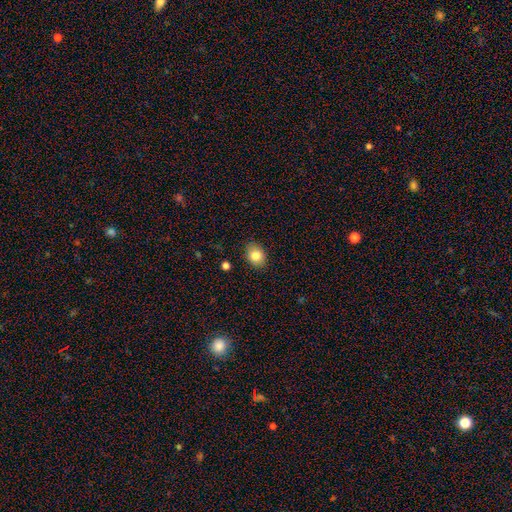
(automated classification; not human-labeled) Smooth or featured? smooth (82%)
How rounded? in between (58%)
Merging? none (87%)